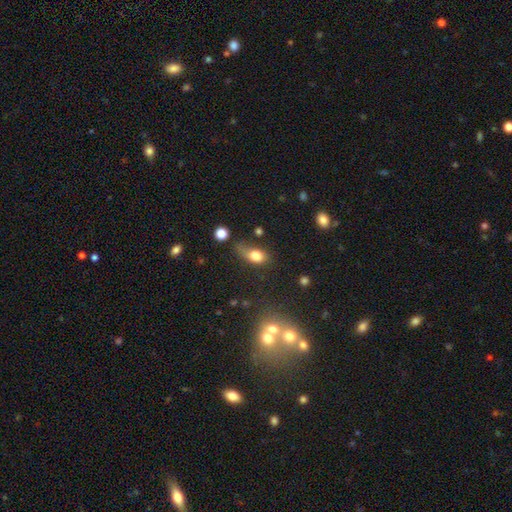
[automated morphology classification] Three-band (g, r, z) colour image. It shows a smooth galaxy with no disk features (76%) that is in between round and cigar-shaped (73%). Merging: none (35%).